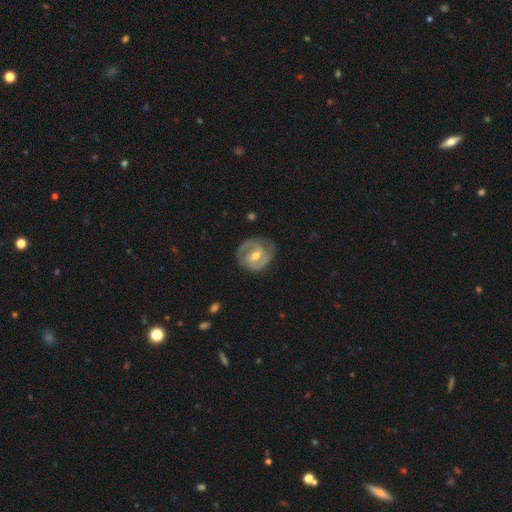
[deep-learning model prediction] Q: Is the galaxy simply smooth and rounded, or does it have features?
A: featured or disk — 85%.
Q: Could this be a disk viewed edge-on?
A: no — 98%.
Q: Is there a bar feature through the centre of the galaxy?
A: weak — 50%.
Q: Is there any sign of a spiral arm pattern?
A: yes — 95%.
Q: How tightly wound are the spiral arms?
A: medium — 46%.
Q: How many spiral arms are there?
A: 2 — 86%.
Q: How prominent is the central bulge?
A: moderate — 60%.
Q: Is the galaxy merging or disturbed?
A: none — 79%.